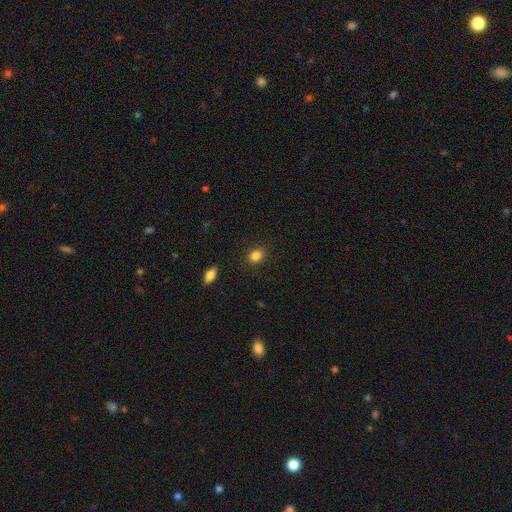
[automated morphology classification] A smooth galaxy with no disk features (85%) that is round (51%). Merging: none (88%).